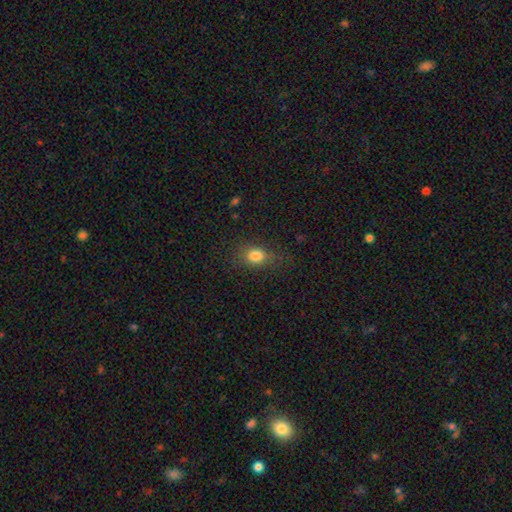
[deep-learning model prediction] The model was most divided on "how rounded": in between: 50%, round: 48%, cigar-shaped: 2%. More confident: smooth or featured — smooth (79%); merging — none (72%).